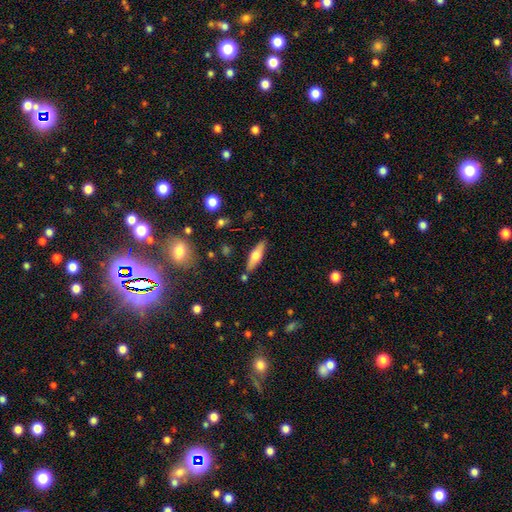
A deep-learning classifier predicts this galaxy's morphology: Smooth or featured: smooth — 53% (featured or disk — 41%)
How rounded: cigar-shaped — 58% (in between — 40%)
Merging: none — 83% (minor disturbance — 11%)